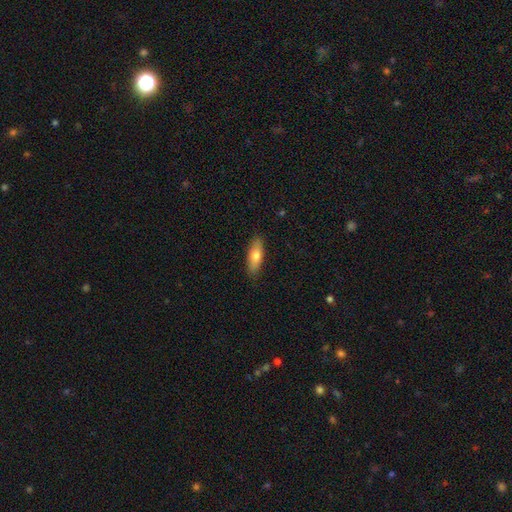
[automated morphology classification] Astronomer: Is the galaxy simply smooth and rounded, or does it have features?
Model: smooth — 73%.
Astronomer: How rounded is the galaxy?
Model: in between — 62%.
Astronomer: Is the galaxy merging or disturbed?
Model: none — 86%.